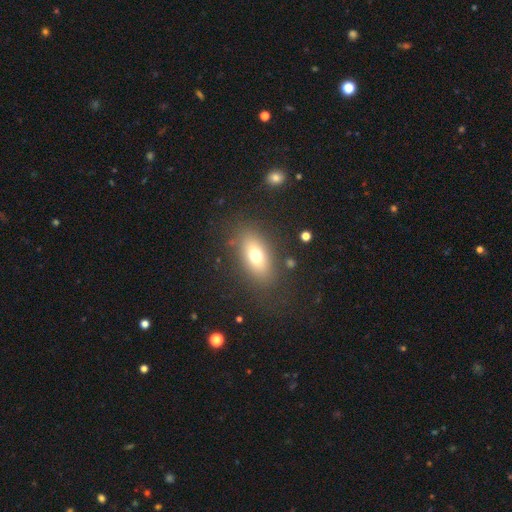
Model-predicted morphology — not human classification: Overall: smooth (70%). How rounded: in between (83%). Merging: none (80%).